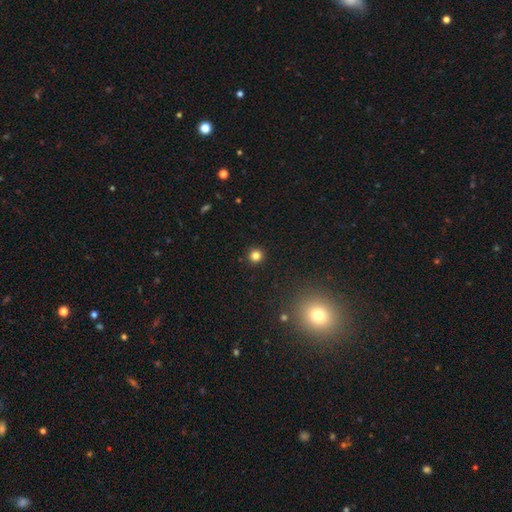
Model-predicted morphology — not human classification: Smooth or featured?
  - smooth: 82% *
  - star or artifact: 13%
  - featured or disk: 4%
How rounded?
  - round: 94% *
  - in between: 5%
  - cigar-shaped: 1%
Merging?
  - none: 93% *
  - minor disturbance: 4%
  - major disturbance: 2%
  - merger: 1%